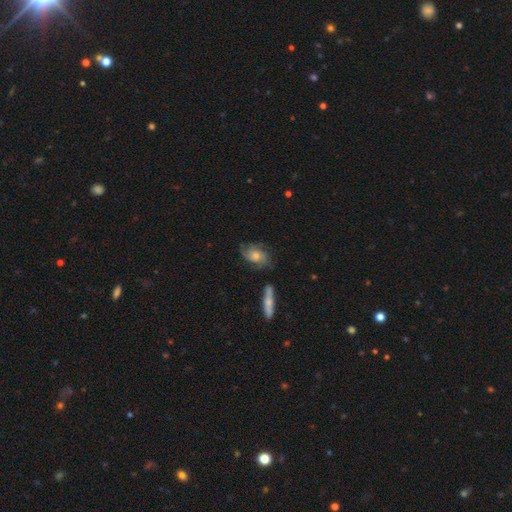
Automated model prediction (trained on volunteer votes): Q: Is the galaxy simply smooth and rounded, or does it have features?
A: featured or disk — 71%.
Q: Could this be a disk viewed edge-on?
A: no — 93%.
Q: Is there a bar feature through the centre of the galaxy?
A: no — 75%.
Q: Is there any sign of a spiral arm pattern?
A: yes — 92%.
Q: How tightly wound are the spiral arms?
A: medium — 44%.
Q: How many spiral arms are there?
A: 3 — 35%.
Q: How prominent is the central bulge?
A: moderate — 55%.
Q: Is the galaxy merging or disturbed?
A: none — 66%.